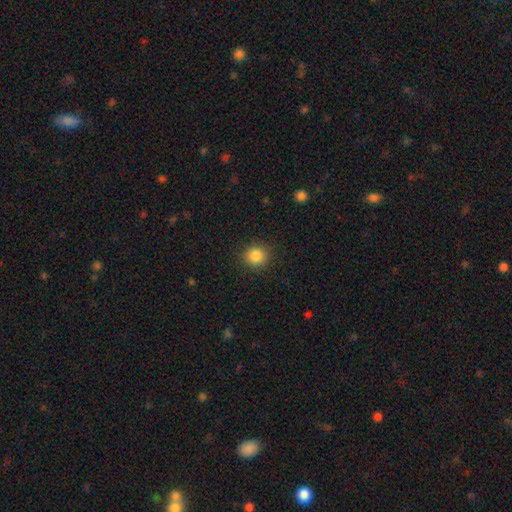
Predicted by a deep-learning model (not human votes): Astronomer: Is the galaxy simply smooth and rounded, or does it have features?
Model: smooth — 85%.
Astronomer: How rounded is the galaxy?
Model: round — 91%.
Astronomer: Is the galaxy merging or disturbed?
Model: none — 90%.